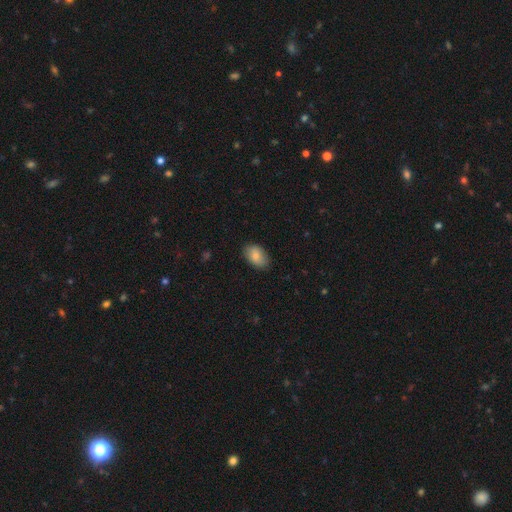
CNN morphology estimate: Smooth or featured?
  - smooth: 83% *
  - featured or disk: 10%
  - star or artifact: 7%
How rounded?
  - in between: 89% *
  - round: 10%
  - cigar-shaped: 1%
Merging?
  - none: 84% *
  - minor disturbance: 12%
  - major disturbance: 2%
  - merger: 1%